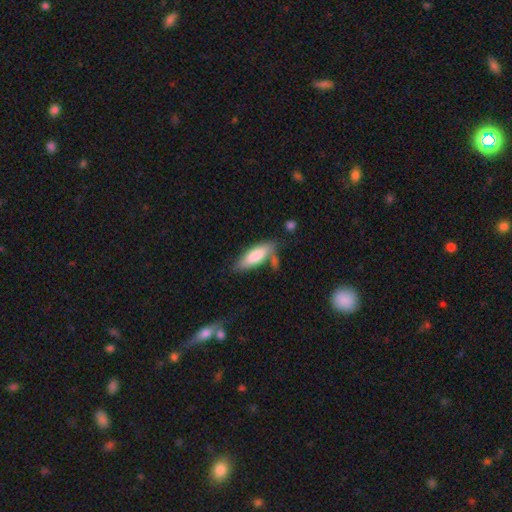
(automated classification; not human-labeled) This is likely a smooth galaxy (77%). How rounded: possibly in between (58%). Merging: likely none (63%).